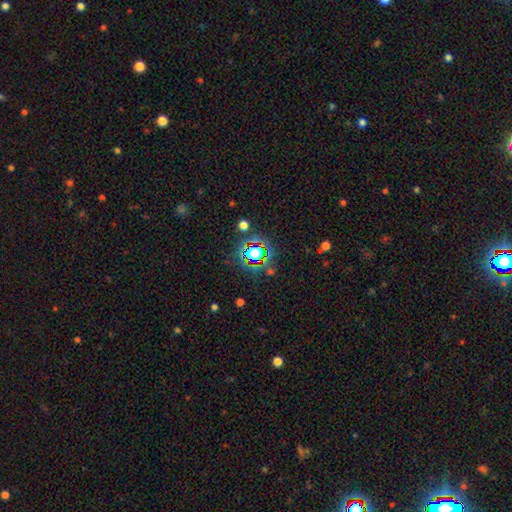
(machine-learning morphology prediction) The model was most divided on "smooth or featured": star or artifact: 62%, smooth: 26%, featured or disk: 12%.